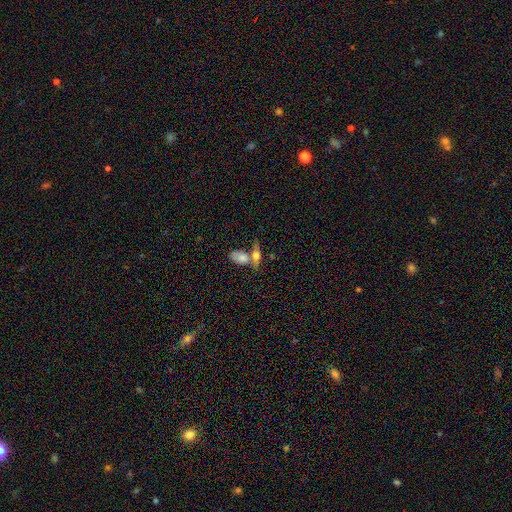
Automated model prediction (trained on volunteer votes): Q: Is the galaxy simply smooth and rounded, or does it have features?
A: smooth — 57%.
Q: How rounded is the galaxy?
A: in between — 68%.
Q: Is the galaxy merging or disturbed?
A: merger — 48%.